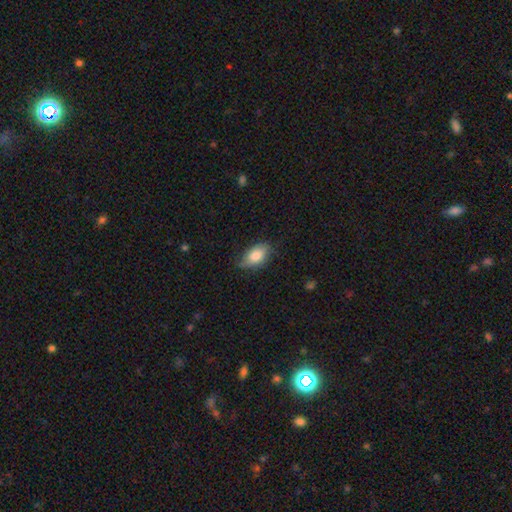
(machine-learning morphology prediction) smooth-or-featured: smooth: 81% | featured or disk: 13% | star or artifact: 7%
  how-rounded: in between: 92% | round: 5% | cigar-shaped: 3%
  merging: none: 68% | minor disturbance: 26% | major disturbance: 5% | merger: 1%